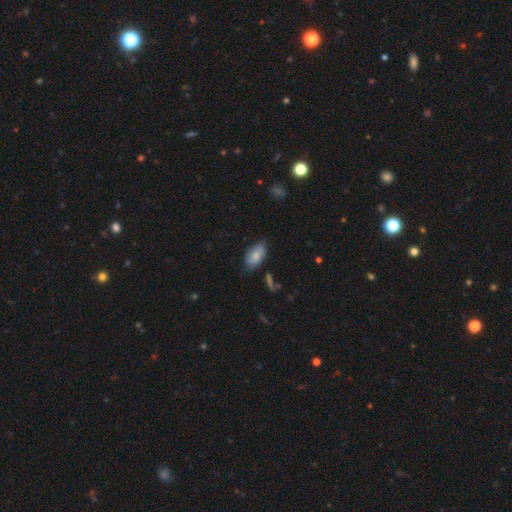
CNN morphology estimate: A smooth galaxy with no disk features (78%) that is in between round and cigar-shaped (94%).

Vote fractions:
- Smooth or featured? smooth: 78% / featured or disk: 15% / star or artifact: 7%
- How rounded? in between: 94% / round: 4% / cigar-shaped: 3%
- Merging? none: 71% / minor disturbance: 23% / major disturbance: 4% / merger: 3%